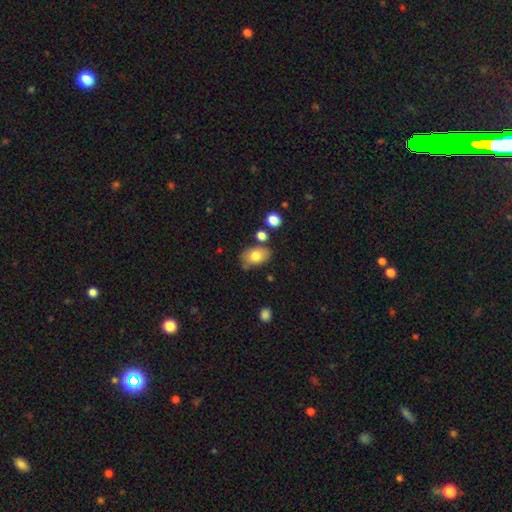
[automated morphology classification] type=smooth (77%); roundness=in between (83%); merging=none (67%).